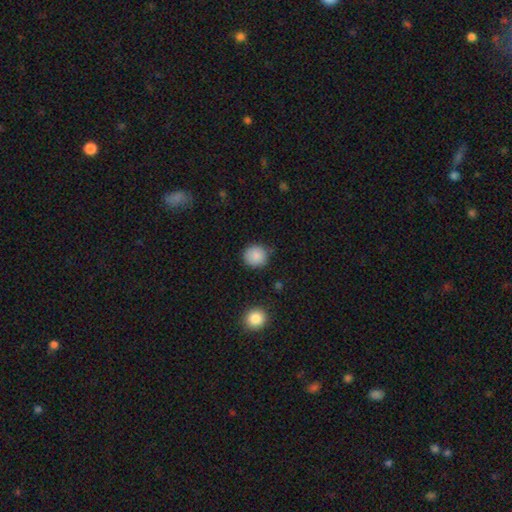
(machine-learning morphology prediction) smooth_or_featured: smooth (p=0.87) [alt: star or artifact p=0.09]
how_rounded: round (p=0.91) [alt: in between p=0.08]
merging: none (p=0.83) [alt: minor disturbance p=0.12]